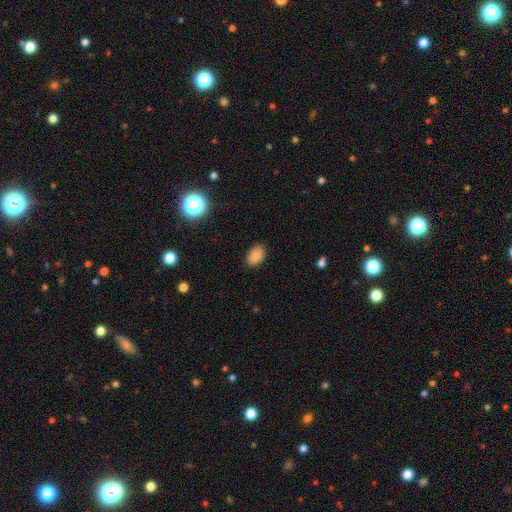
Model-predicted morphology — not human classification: smooth 86%, star or artifact 11%, featured or disk 3%. Down the decision tree: how rounded — in between (87%); merging — none (85%).